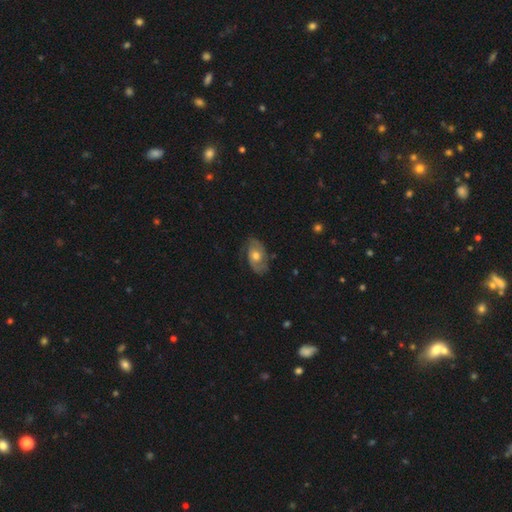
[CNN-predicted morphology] smooth_or_featured: featured or disk (p=0.71) [alt: smooth p=0.22]
disk_edge_on: no (p=0.95) [alt: yes p=0.05]
bar: no (p=0.74) [alt: weak p=0.23]
has_spiral_arms: yes (p=0.87) [alt: no p=0.13]
spiral_winding: medium (p=0.44) [alt: tight p=0.35]
spiral_arm_count: 2 (p=0.80) [alt: can't tell p=0.12]
bulge_size: moderate (p=0.73) [alt: small p=0.14]
merging: none (p=0.74) [alt: minor disturbance p=0.18]